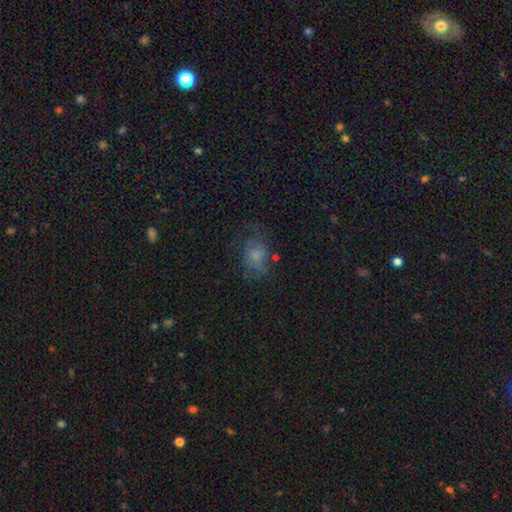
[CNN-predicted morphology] Smooth or featured? Predicted: smooth (p=0.55). How rounded? Predicted: in between (p=0.61). Merging? Predicted: none (p=0.48).